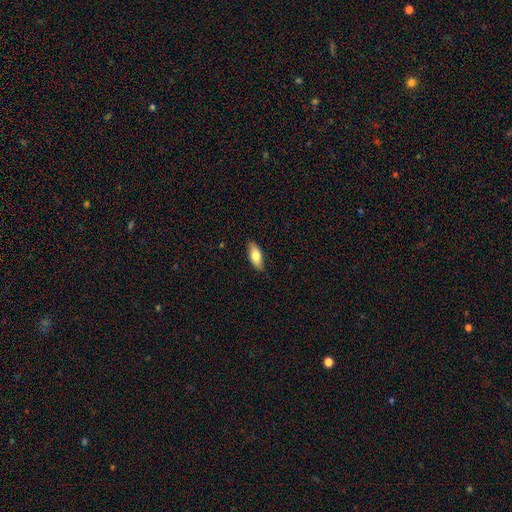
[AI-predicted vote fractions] The model was most divided on "how rounded": in between: 78%, cigar-shaped: 19%, round: 2%. More confident: merging — none (85%); smooth or featured — smooth (78%).